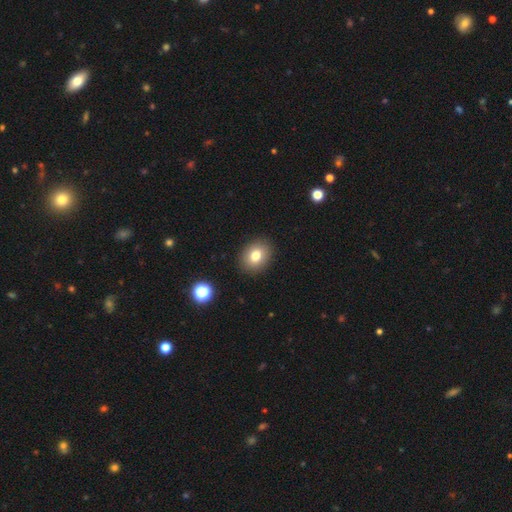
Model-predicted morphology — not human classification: Smooth or featured? smooth (79%)
How rounded? round (51%)
Merging? none (89%)